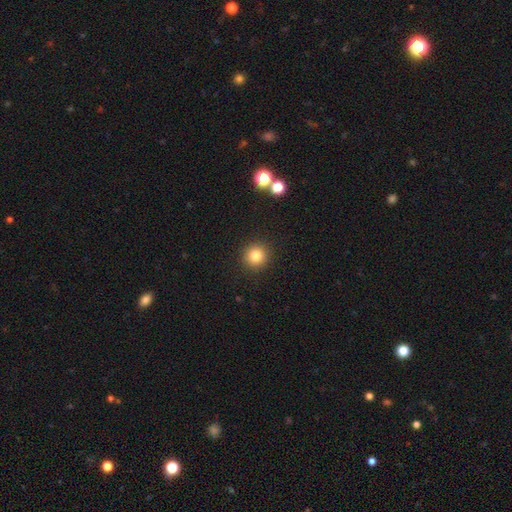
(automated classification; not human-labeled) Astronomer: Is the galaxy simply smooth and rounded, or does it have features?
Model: smooth — 81%.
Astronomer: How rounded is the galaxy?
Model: round — 93%.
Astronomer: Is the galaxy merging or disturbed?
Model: none — 91%.